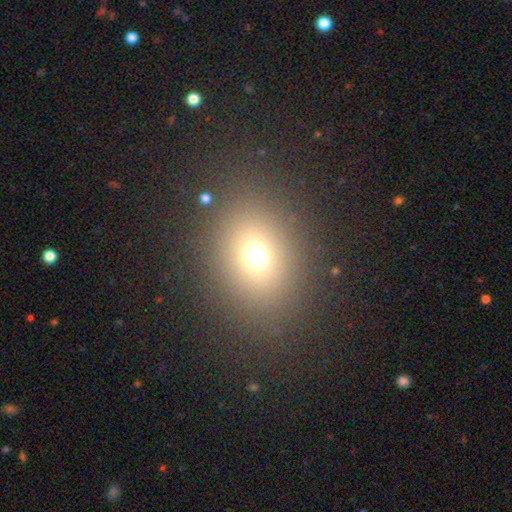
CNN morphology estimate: A smooth galaxy with no disk features (68%) that is round (54%).

Vote fractions:
- Smooth or featured? smooth: 68% / star or artifact: 22% / featured or disk: 10%
- How rounded? round: 54% / in between: 45% / cigar-shaped: 1%
- Merging? none: 84% / minor disturbance: 8% / major disturbance: 6% / merger: 2%